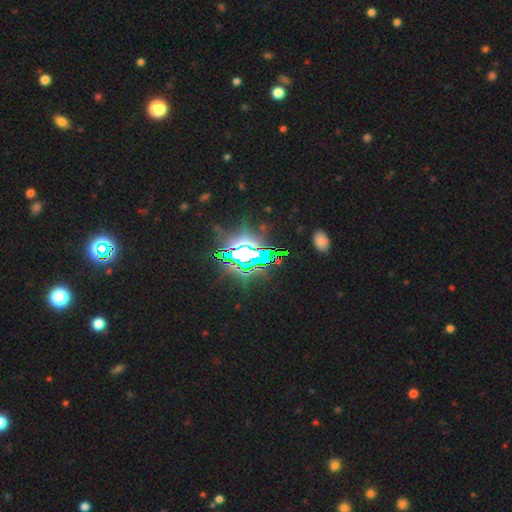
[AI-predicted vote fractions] Smooth or featured?
  - star or artifact: 83% *
  - featured or disk: 9%
  - smooth: 8%